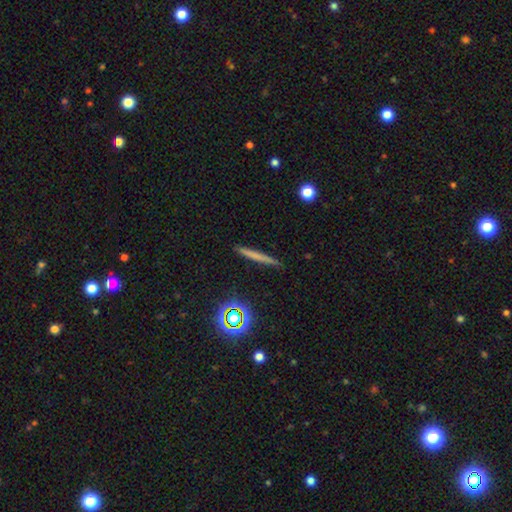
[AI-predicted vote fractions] smooth-or-featured: smooth: 59% | featured or disk: 30% | star or artifact: 12%
  how-rounded: cigar-shaped: 94% | in between: 3% | round: 3%
  merging: none: 90% | minor disturbance: 7% | major disturbance: 2% | merger: 1%